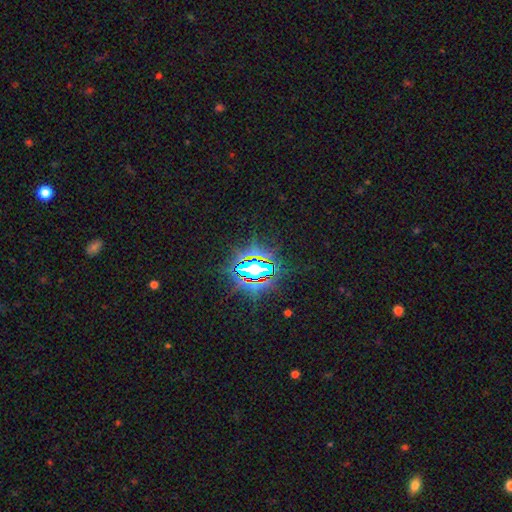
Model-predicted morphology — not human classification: A star or artifact, not a galaxy (83%).

Vote fractions:
- Smooth or featured? star or artifact: 83% / smooth: 10% / featured or disk: 7%